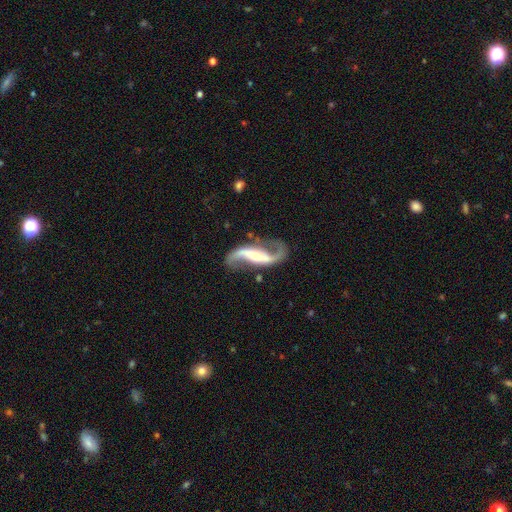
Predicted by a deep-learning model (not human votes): Smooth or featured? Predicted: featured or disk (p=0.92). Edge-on disk? Predicted: no (p=0.95). Bar? Predicted: strong (p=0.51). Spiral arms? Predicted: yes (p=0.97). Spiral winding? Predicted: loose (p=0.74). Spiral arm count? Predicted: 2 (p=0.94). Bulge size? Predicted: moderate (p=0.49). Merging? Predicted: none (p=0.78).